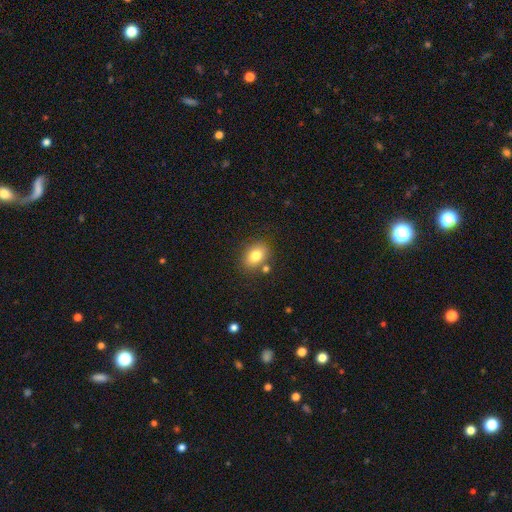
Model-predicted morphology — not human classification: Smooth or featured?
  - smooth: 79% *
  - featured or disk: 11%
  - star or artifact: 10%
How rounded?
  - in between: 63% *
  - round: 36%
  - cigar-shaped: 1%
Merging?
  - none: 76% *
  - minor disturbance: 13%
  - merger: 8%
  - major disturbance: 3%